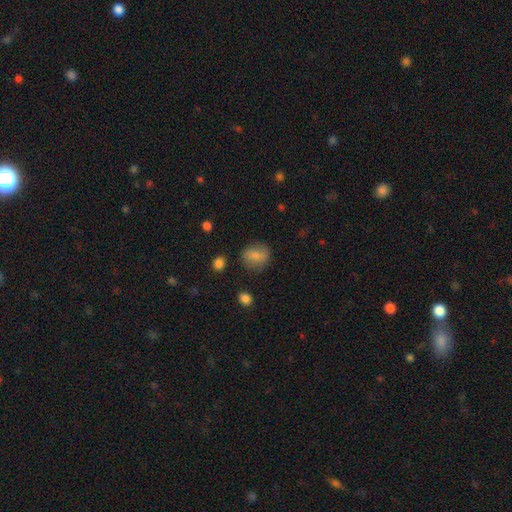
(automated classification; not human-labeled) Smooth or featured?
  - smooth: 78% *
  - featured or disk: 12%
  - star or artifact: 10%
How rounded?
  - round: 58% *
  - in between: 40%
  - cigar-shaped: 2%
Merging?
  - none: 75% *
  - minor disturbance: 17%
  - major disturbance: 6%
  - merger: 2%